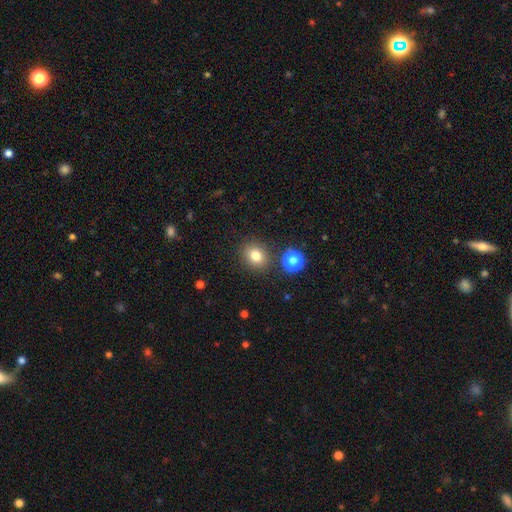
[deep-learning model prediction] A smooth galaxy with no disk features (79%) that is round (68%).

Vote fractions:
- Smooth or featured? smooth: 79% / star or artifact: 13% / featured or disk: 8%
- How rounded? round: 68% / in between: 31% / cigar-shaped: 1%
- Merging? none: 84% / minor disturbance: 8% / merger: 5% / major disturbance: 3%